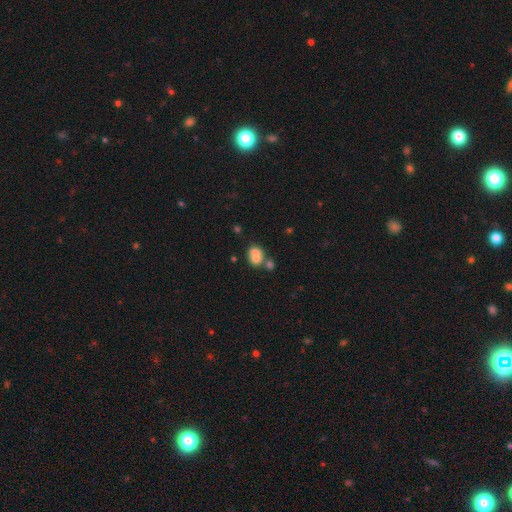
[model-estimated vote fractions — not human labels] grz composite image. It shows a smooth galaxy with no disk features (72%) that is round (55%). Merging: merger (57%).